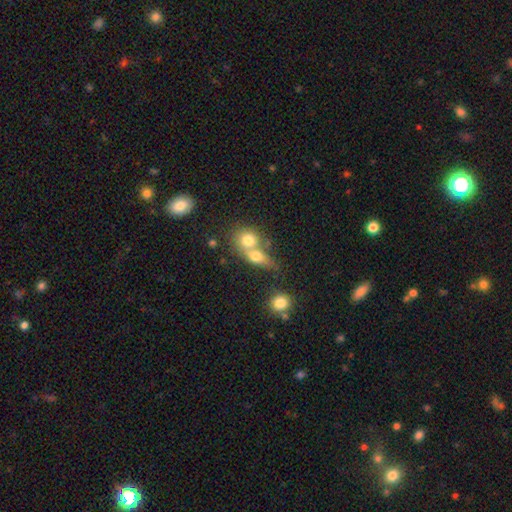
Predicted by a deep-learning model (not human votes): smooth_or_featured: smooth (p=0.71) [alt: featured or disk p=0.19]
how_rounded: round (p=0.52) [alt: in between p=0.43]
merging: merger (p=0.68) [alt: none p=0.21]